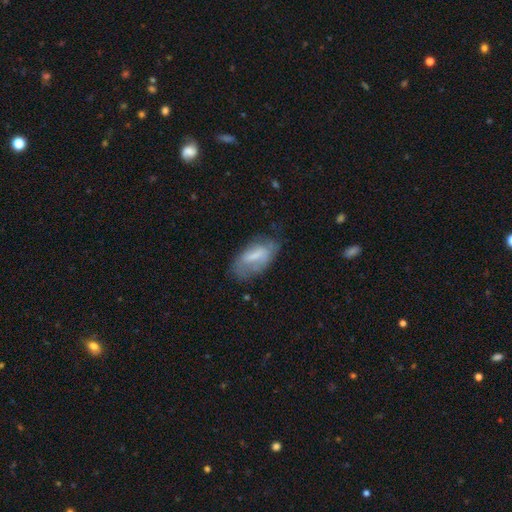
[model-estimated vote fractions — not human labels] The model was most divided on "smooth or featured": smooth: 55%, featured or disk: 37%, star or artifact: 8%. More confident: how rounded — in between (88%); merging — none (53%).